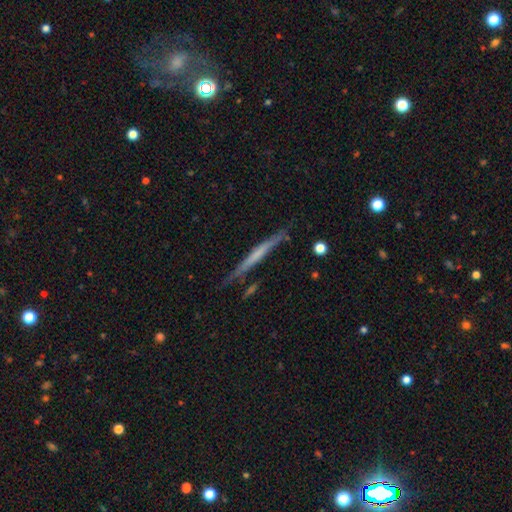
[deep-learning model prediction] This is possibly a featured or disk galaxy (54%). It is clearly viewed edge-on (97%). Edge-on bulge: likely none (79%). Merging: clearly none (82%).